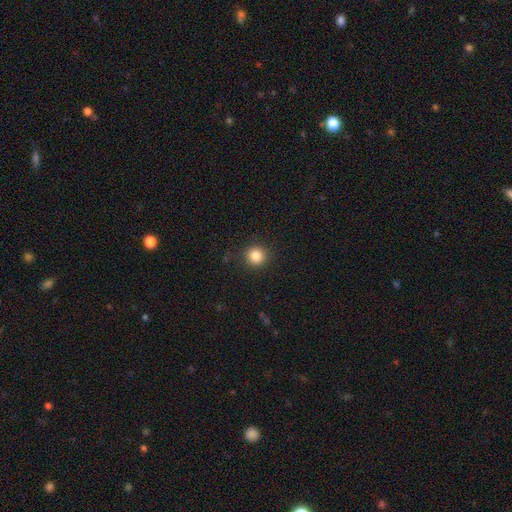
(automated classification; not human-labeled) This is clearly a smooth galaxy (85%). How rounded: clearly round (93%). Merging: clearly none (90%).